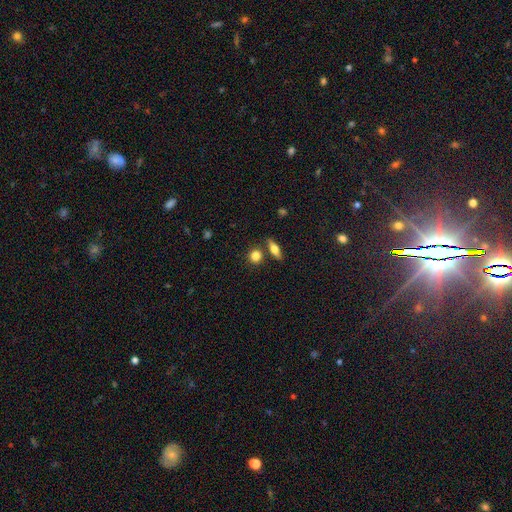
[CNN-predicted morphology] smooth_or_featured: smooth (p=0.80) [alt: featured or disk p=0.11]
how_rounded: round (p=0.73) [alt: in between p=0.22]
merging: none (p=0.74) [alt: merger p=0.13]